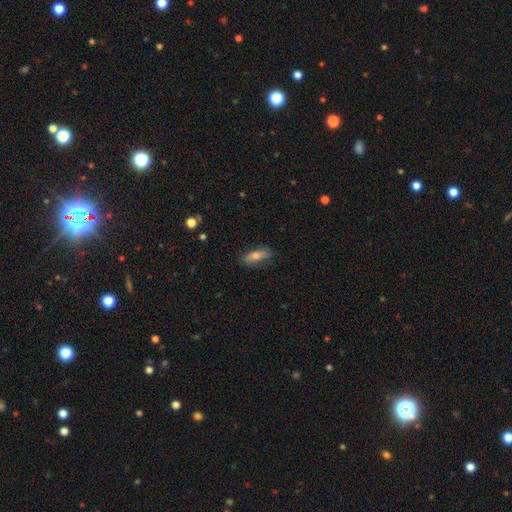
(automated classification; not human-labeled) This is likely a smooth galaxy (64%). How rounded: likely in between (68%). Merging: clearly none (80%).